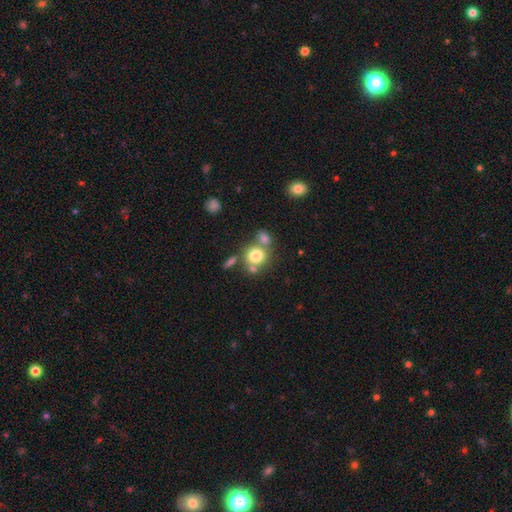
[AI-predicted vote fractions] smooth 77%, featured or disk 12%, star or artifact 11%. Down the decision tree: how rounded — round (82%); merging — none (54%).